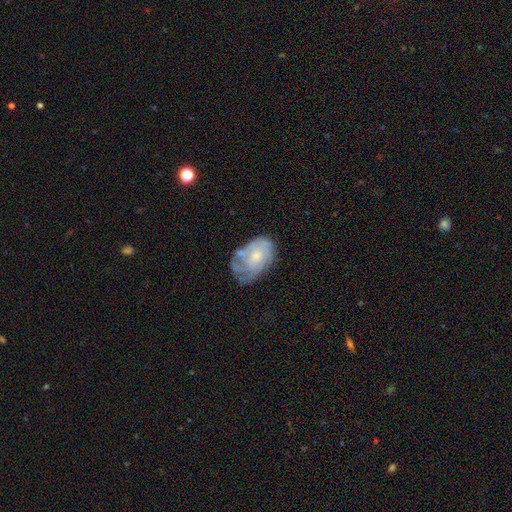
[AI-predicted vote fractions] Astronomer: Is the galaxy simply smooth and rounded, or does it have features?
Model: featured or disk — 58% (runner-up: smooth, 35%).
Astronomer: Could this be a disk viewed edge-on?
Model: no — 96%.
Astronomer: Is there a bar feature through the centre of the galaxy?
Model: no — 80%.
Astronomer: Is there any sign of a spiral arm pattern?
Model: yes — 65%.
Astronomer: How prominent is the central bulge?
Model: moderate — 48% (runner-up: small, 36%).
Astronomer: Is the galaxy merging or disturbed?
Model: none — 48% (runner-up: minor disturbance, 31%).